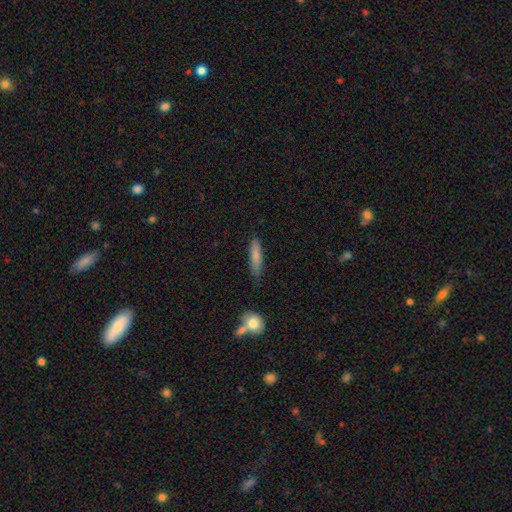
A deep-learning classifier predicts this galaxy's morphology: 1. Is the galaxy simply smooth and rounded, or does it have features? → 79% smooth, 15% featured or disk, 6% star or artifact.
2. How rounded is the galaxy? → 78% cigar-shaped, 20% in between, 2% round.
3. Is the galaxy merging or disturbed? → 77% none, 17% minor disturbance, 3% merger, 3% major disturbance.